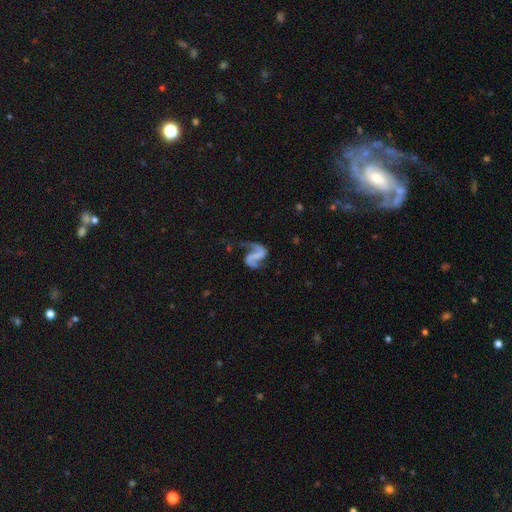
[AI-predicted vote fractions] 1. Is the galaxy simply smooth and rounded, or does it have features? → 88% featured or disk, 6% smooth, 6% star or artifact.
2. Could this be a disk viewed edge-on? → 98% no, 2% yes.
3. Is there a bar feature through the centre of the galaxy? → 36% strong, 34% weak, 30% no.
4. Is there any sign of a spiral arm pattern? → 96% yes, 4% no.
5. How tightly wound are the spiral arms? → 62% loose, 31% medium, 7% tight.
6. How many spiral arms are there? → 88% 2, 8% 1, 2% can't tell, 1% 3, 1% 4, 1% more than 4.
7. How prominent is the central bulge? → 73% none, 16% small, 7% moderate, 3% large, 1% dominant.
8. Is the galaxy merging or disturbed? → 61% none, 18% major disturbance, 18% minor disturbance, 3% merger.